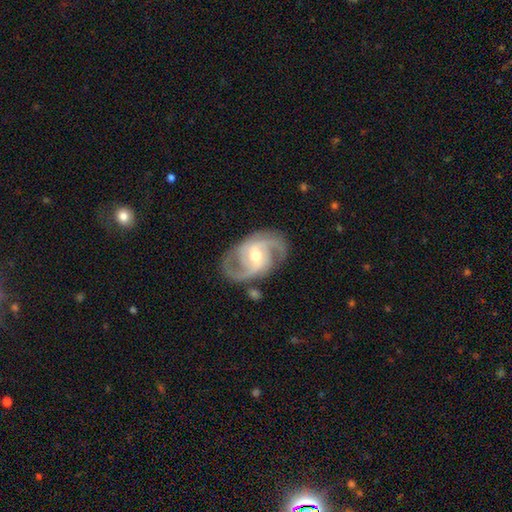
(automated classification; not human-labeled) Overall: featured or disk (91%). Edge-on disk: no (97%). Bar: weak (53%; strong 24%). Spiral arms: yes (98%). Spiral arm count: 2 (62%; 3 24%). Spiral winding: medium (57%; tight 27%). Bulge size: moderate (62%; small 33%). Merging: none (80%).